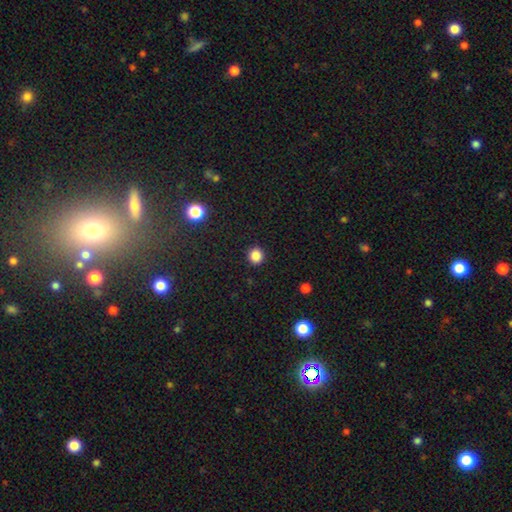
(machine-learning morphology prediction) A smooth galaxy with no disk features (86%) that is round (91%). Merging: none (92%).